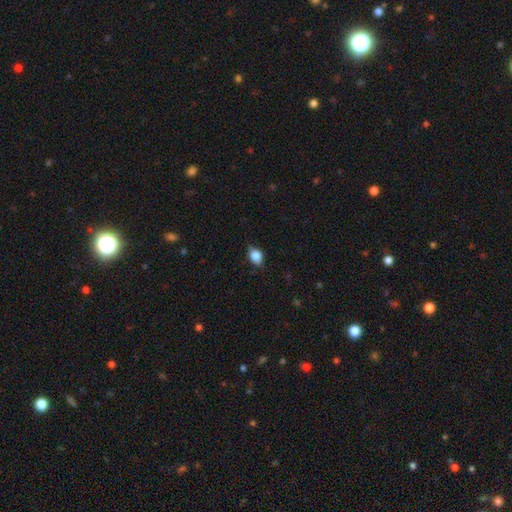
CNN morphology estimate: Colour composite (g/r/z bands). It shows a smooth galaxy with no disk features (82%) that is in between round and cigar-shaped (72%). Merging: none (74%).